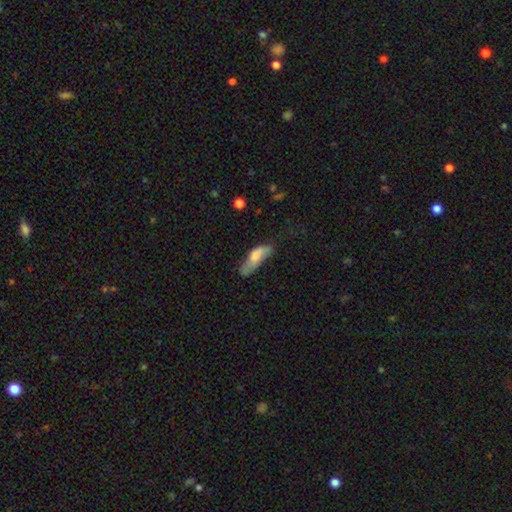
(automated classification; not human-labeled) The model was most divided on "merging": none: 35%, minor disturbance: 33%, major disturbance: 26%, merger: 7%. More confident: smooth or featured — smooth (64%); how rounded — in between (54%).